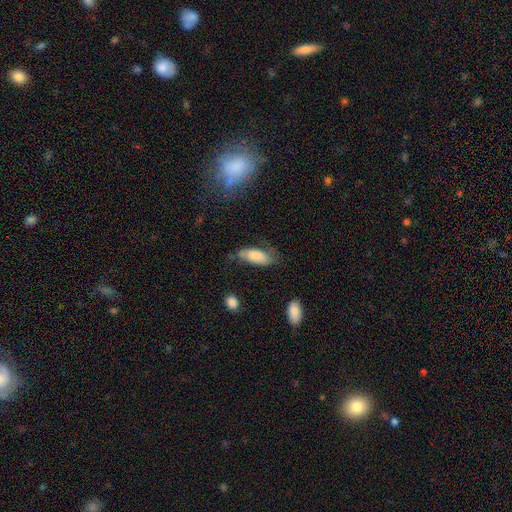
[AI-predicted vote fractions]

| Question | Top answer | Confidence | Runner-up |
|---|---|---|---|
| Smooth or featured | smooth | 74% | featured or disk (19%) |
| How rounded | in between | 82% | cigar-shaped (16%) |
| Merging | none | 44% | minor disturbance (34%) |